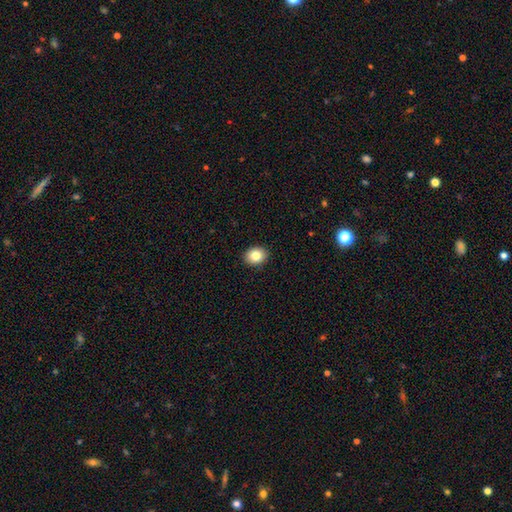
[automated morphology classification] type=smooth (84%); roundness=round (54%); merging=none (91%).